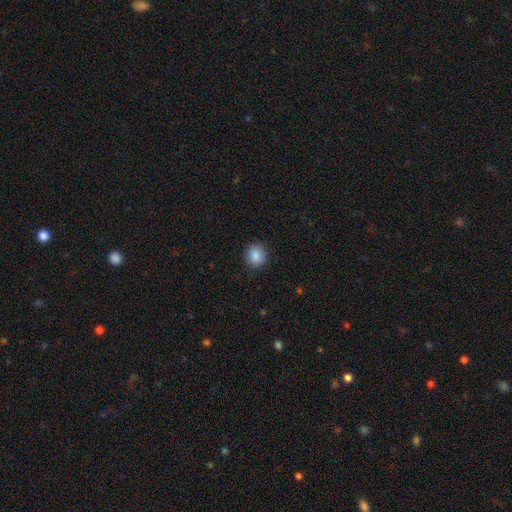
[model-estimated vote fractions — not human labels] Smooth or featured? smooth (87%)
How rounded? round (84%)
Merging? none (88%)